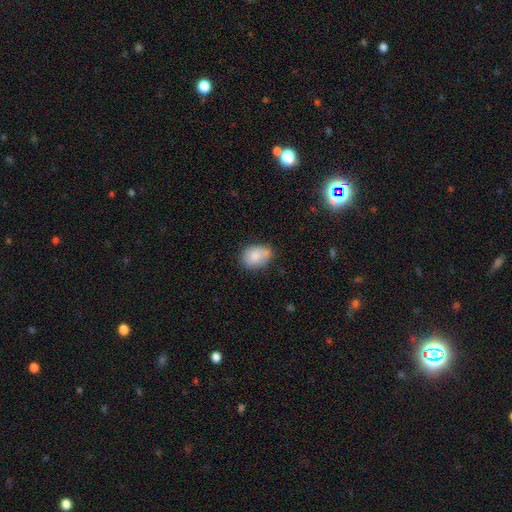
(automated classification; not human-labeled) A smooth galaxy with no disk features (74%) that is in between round and cigar-shaped (71%). Merging: none (62%).